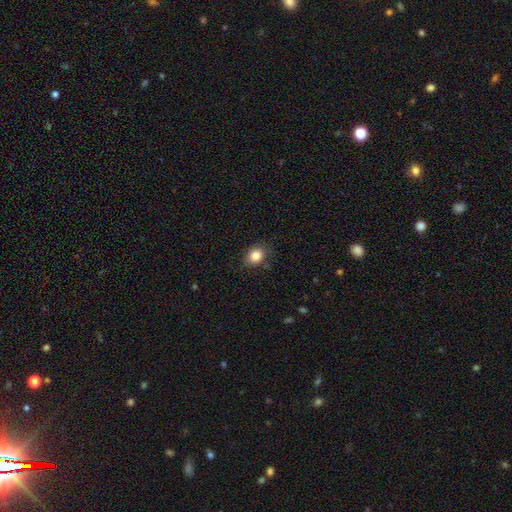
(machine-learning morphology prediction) A smooth galaxy with no disk features (85%) that is in between round and cigar-shaped (50%). Merging: none (82%).